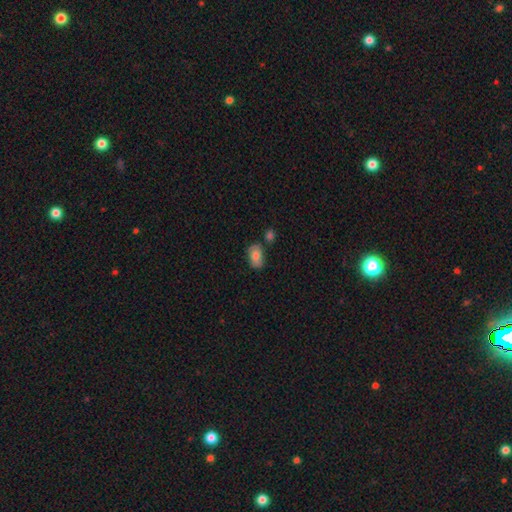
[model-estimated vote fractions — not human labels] A smooth galaxy with no disk features (78%) that is in between round and cigar-shaped (89%).

Vote fractions:
- Smooth or featured? smooth: 78% / featured or disk: 14% / star or artifact: 8%
- How rounded? in between: 89% / round: 10% / cigar-shaped: 2%
- Merging? none: 67% / minor disturbance: 19% / merger: 9% / major disturbance: 4%